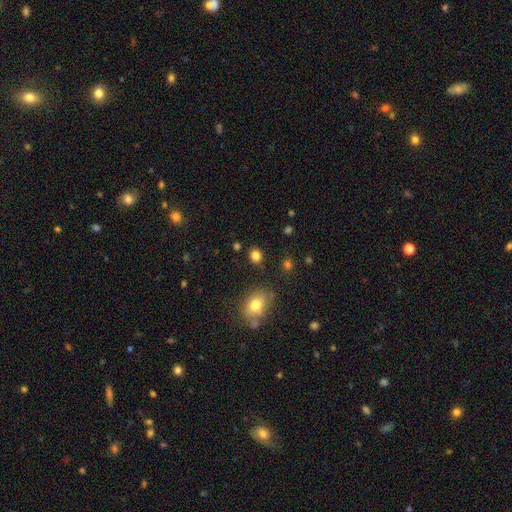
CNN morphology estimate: This is clearly a smooth galaxy (82%). How rounded: possibly round (57%). Merging: clearly none (83%).